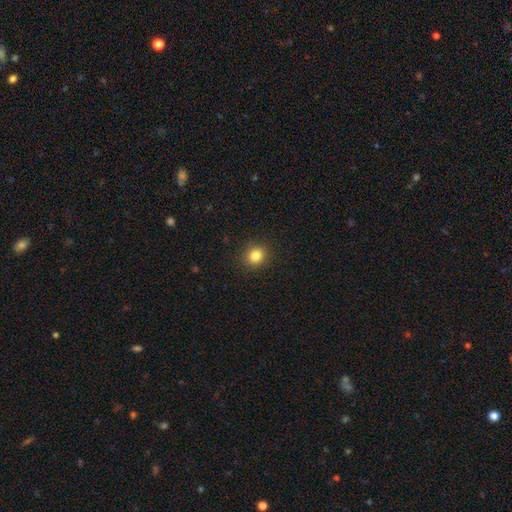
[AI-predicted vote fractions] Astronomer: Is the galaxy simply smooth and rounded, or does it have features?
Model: smooth — 83%.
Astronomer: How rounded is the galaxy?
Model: round — 82%.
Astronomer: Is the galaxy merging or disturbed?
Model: none — 91%.